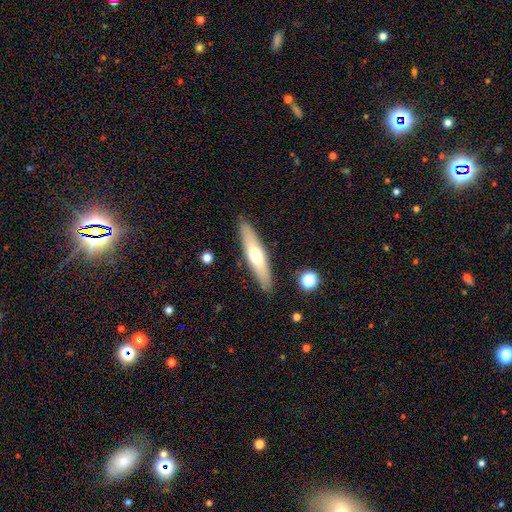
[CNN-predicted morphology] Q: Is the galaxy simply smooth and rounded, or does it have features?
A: smooth — 51%.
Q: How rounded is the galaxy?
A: cigar-shaped — 81%.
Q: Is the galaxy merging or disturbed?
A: none — 88%.